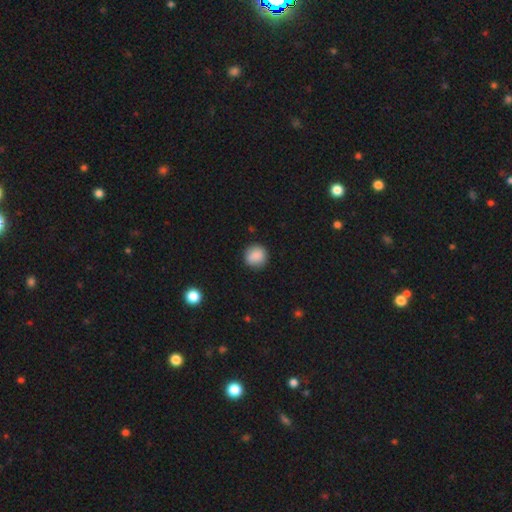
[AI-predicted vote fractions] Smooth or featured: smooth — 87% (star or artifact — 8%)
How rounded: round — 91% (in between — 8%)
Merging: none — 88% (minor disturbance — 9%)